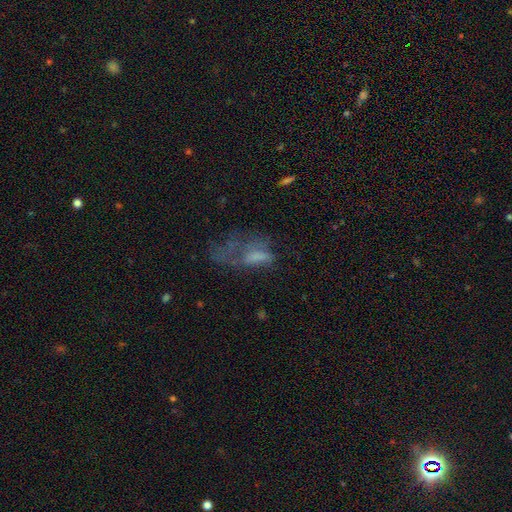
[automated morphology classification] type=smooth (48%); merging=major disturbance (57%).